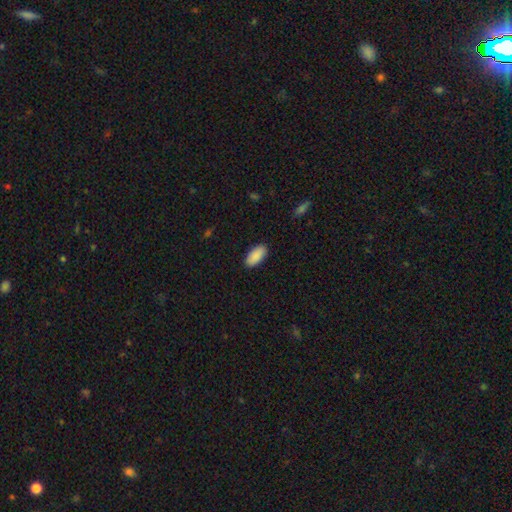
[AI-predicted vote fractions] smooth-or-featured: smooth: 91% | star or artifact: 6% | featured or disk: 3%
  how-rounded: in between: 94% | cigar-shaped: 5% | round: 2%
  merging: none: 90% | minor disturbance: 8% | major disturbance: 2% | merger: 1%